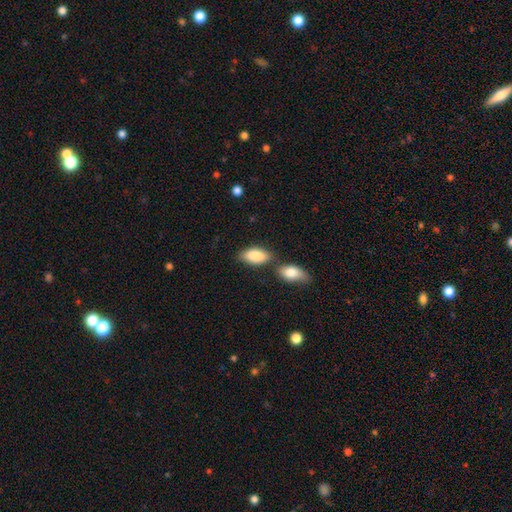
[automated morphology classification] Smooth or featured? Predicted: smooth (p=0.86). How rounded? Predicted: in between (p=0.91). Merging? Predicted: none (p=0.54).